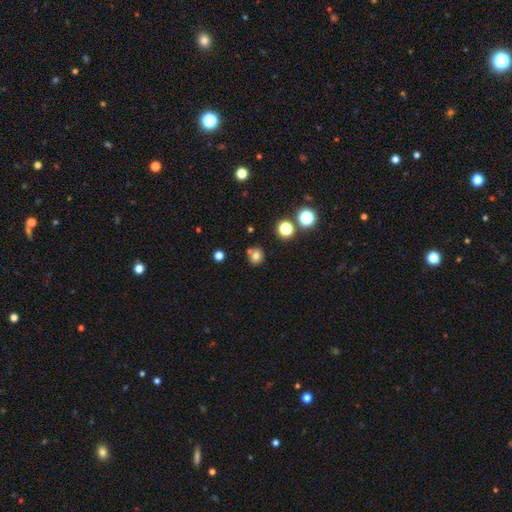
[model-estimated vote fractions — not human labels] smooth_or_featured: smooth (p=0.75) [alt: star or artifact p=0.16]
how_rounded: round (p=0.86) [alt: in between p=0.13]
merging: none (p=0.72) [alt: merger p=0.15]